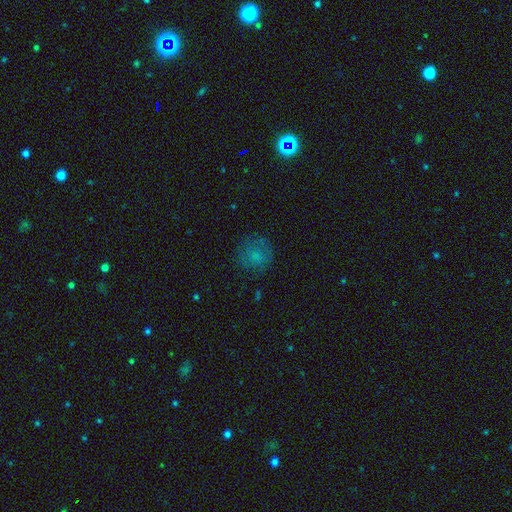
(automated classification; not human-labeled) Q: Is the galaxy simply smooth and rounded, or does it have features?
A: smooth — 67%.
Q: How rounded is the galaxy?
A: round — 86%.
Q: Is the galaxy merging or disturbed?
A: none — 72%.